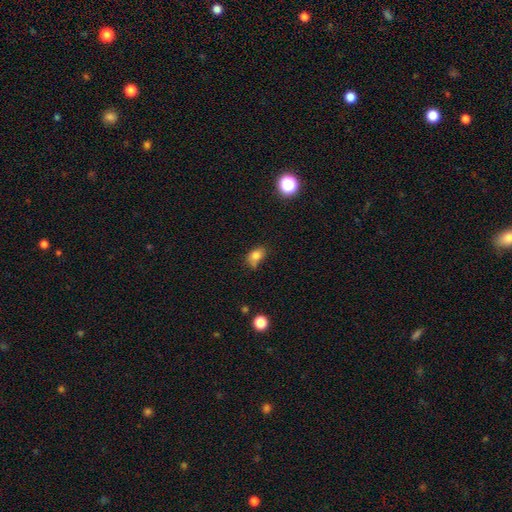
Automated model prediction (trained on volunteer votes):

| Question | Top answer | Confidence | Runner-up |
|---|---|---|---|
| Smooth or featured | smooth | 80% | star or artifact (12%) |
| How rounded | in between | 72% | round (26%) |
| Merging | none | 56% | minor disturbance (28%) |